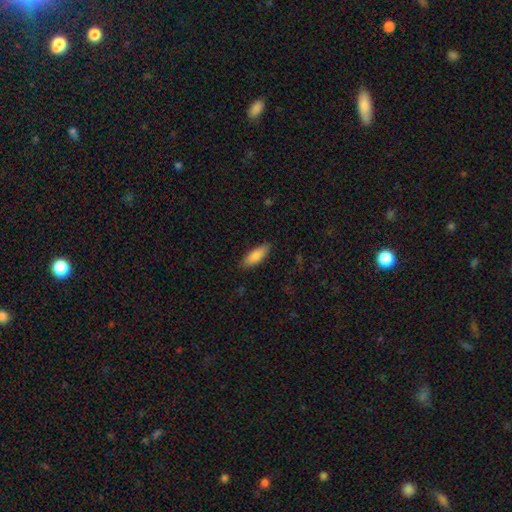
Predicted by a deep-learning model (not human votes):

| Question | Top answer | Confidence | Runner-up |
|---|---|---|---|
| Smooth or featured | smooth | 86% | featured or disk (8%) |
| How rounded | in between | 65% | cigar-shaped (33%) |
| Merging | none | 87% | minor disturbance (10%) |